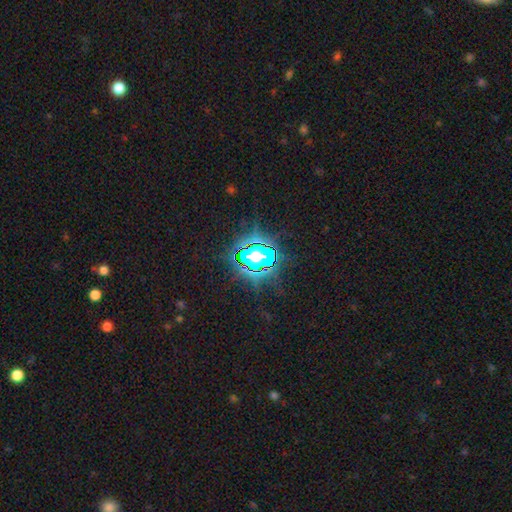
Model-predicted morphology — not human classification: Smooth or featured? Predicted: star or artifact (p=0.82).